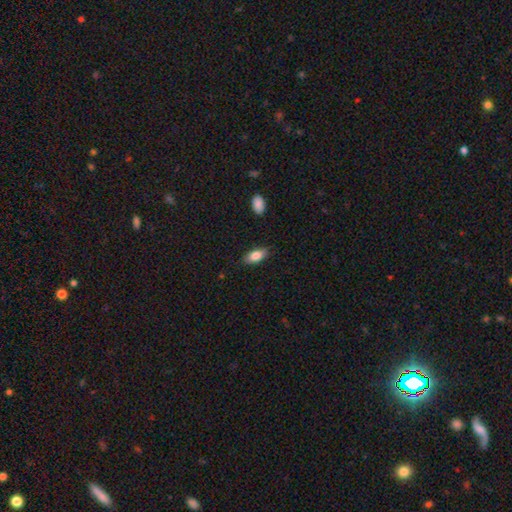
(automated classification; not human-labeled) Smooth or featured? smooth (81%)
How rounded? in between (87%)
Merging? none (85%)